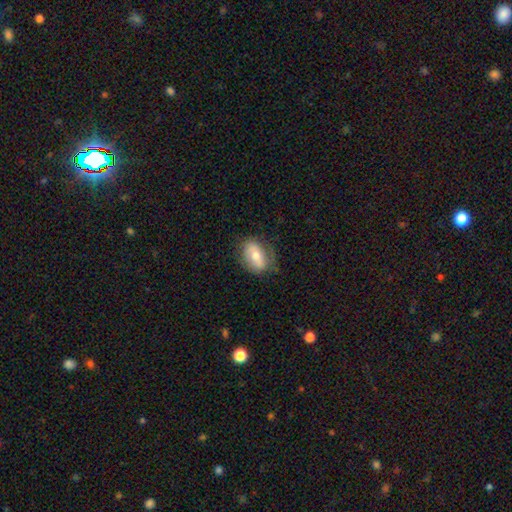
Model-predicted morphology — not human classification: type=smooth (51%); roundness=in between (80%); merging=none (72%).